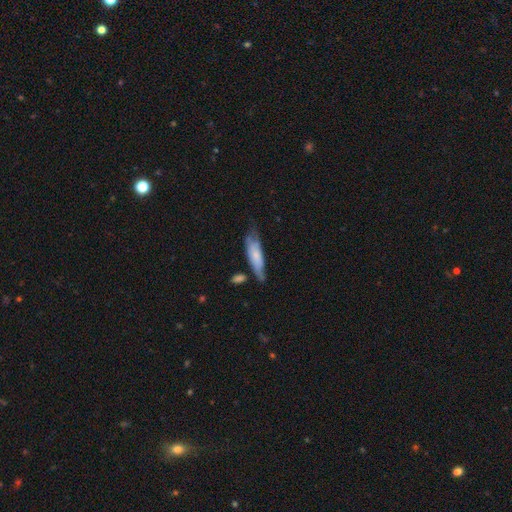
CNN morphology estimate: Smooth or featured? smooth (62%)
How rounded? cigar-shaped (51%)
Merging? none (47%)